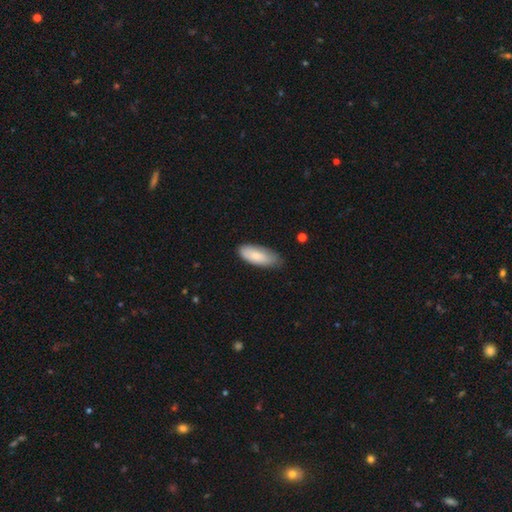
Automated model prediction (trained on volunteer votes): Smooth or featured? smooth (81%)
How rounded? in between (83%)
Merging? none (69%)